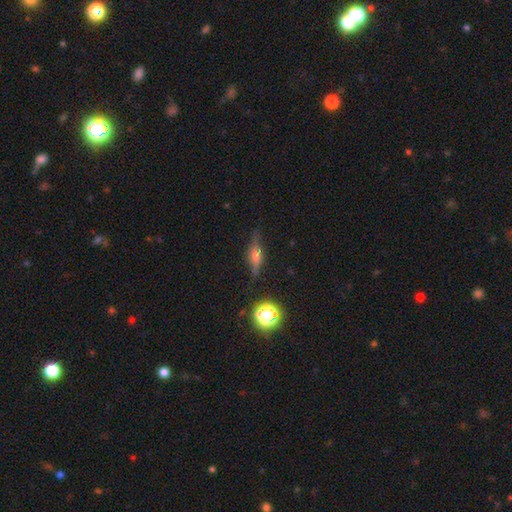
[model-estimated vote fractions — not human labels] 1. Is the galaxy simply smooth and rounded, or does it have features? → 64% featured or disk, 22% smooth, 13% star or artifact.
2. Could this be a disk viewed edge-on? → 93% yes, 7% no.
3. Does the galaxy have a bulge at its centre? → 84% rounded, 12% boxy, 4% none.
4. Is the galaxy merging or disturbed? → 81% none, 14% minor disturbance, 4% major disturbance, 2% merger.